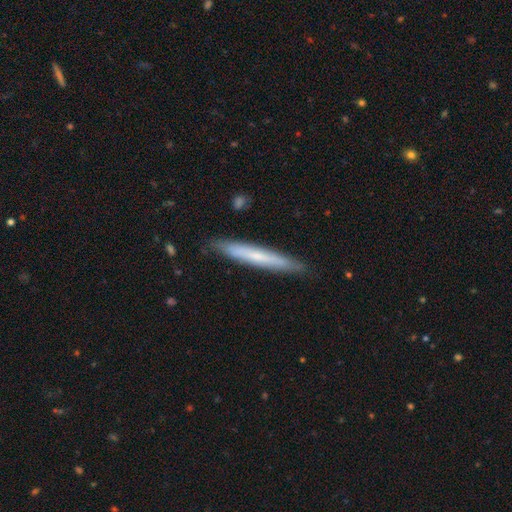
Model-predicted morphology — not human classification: This appears to be a smooth galaxy with no disk features (54%) that is cigar-shaped (96%). Merging: none (87%).